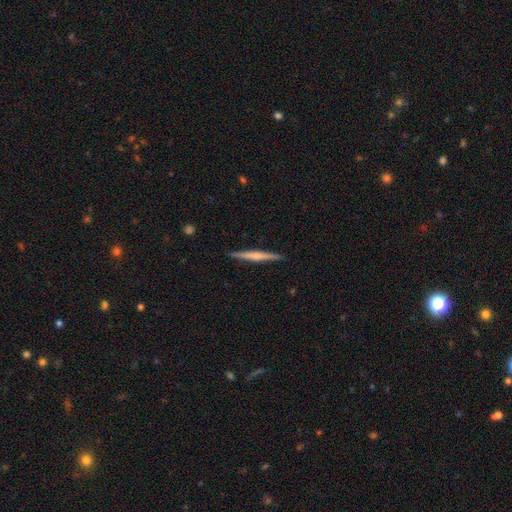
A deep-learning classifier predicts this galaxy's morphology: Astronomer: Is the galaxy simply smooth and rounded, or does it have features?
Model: featured or disk — 58% (runner-up: smooth, 37%).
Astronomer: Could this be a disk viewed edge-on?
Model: yes — 98%.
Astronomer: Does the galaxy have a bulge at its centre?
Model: rounded — 46% (runner-up: none, 37%).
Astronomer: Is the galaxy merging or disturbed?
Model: none — 92%.